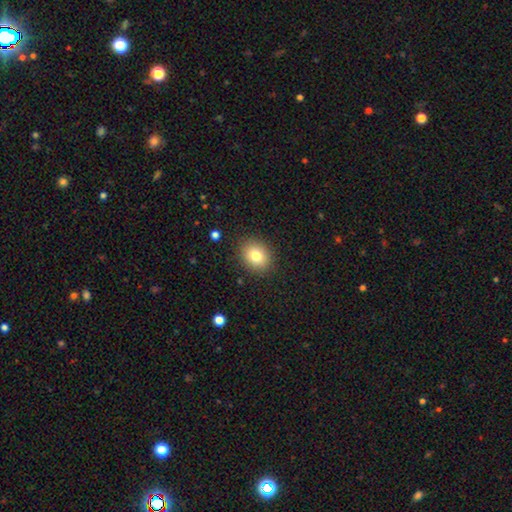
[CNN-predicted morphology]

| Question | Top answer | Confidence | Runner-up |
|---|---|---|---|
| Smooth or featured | smooth | 80% | star or artifact (10%) |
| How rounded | round | 55% | in between (44%) |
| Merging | none | 88% | minor disturbance (8%) |